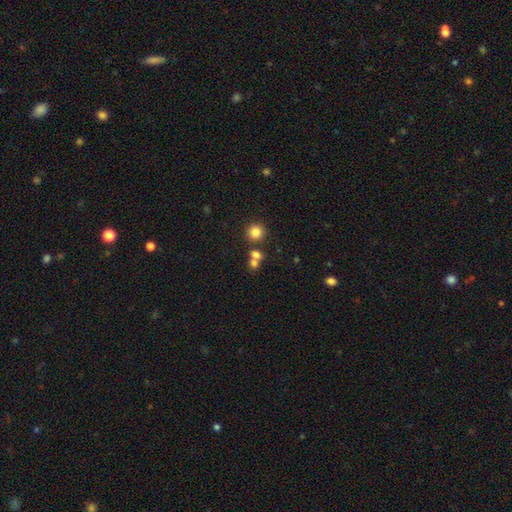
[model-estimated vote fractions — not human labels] Morphology: type=smooth (75%); roundness=round (75%); merging=none (49%).